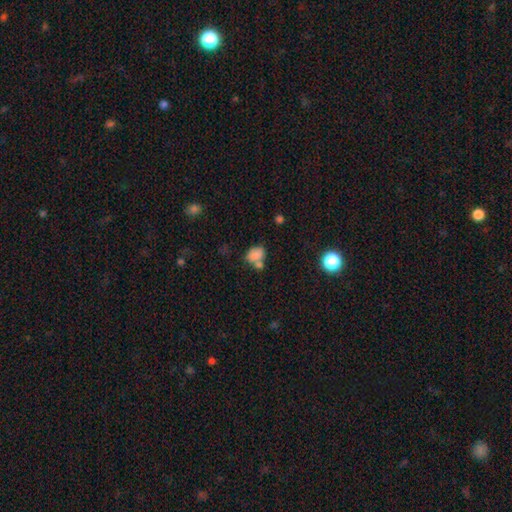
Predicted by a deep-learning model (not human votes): smooth-or-featured: smooth: 79% | star or artifact: 12% | featured or disk: 9%
  how-rounded: in between: 71% | round: 27% | cigar-shaped: 1%
  merging: none: 39% (tied) | merger: 39% (tied) | minor disturbance: 15% | major disturbance: 7%